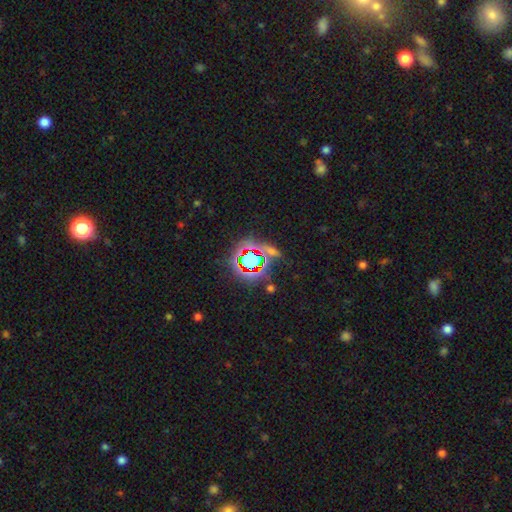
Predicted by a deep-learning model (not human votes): A star or artifact, not a galaxy (78%).

Vote fractions:
- Smooth or featured? star or artifact: 78% / smooth: 13% / featured or disk: 9%